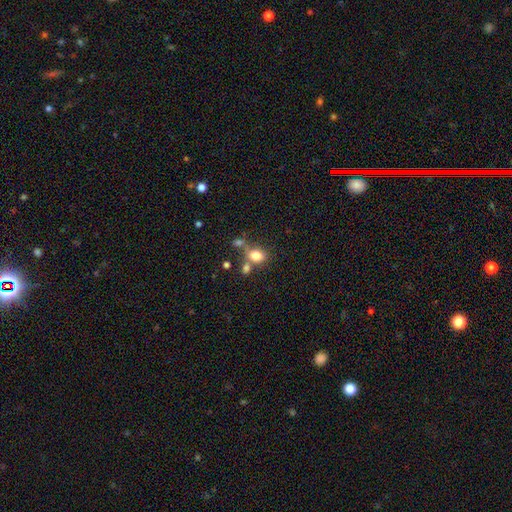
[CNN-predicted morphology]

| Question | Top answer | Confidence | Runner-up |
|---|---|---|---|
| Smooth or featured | smooth | 79% | star or artifact (11%) |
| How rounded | in between | 61% | round (37%) |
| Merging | none | 47% | merger (32%) |